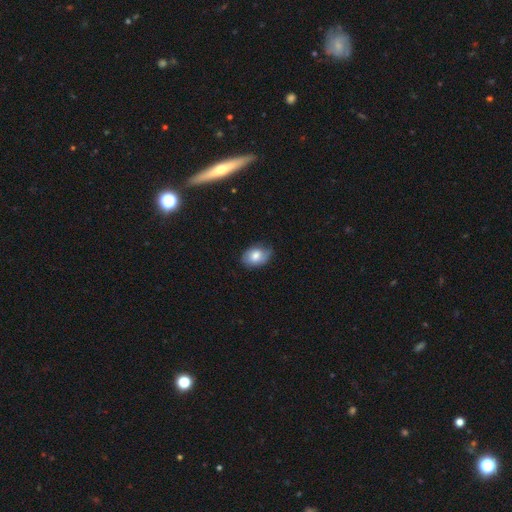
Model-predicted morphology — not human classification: This is likely a smooth galaxy (73%). How rounded: likely in between (78%). Merging: likely none (70%).